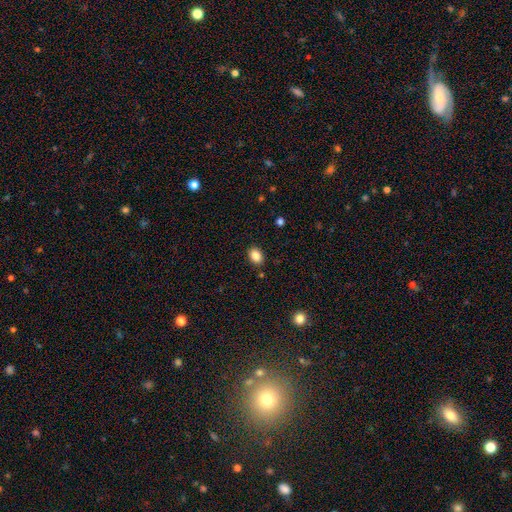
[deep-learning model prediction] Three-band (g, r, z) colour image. It shows a smooth galaxy with no disk features (86%) that is in between round and cigar-shaped (72%). Merging: none (87%).